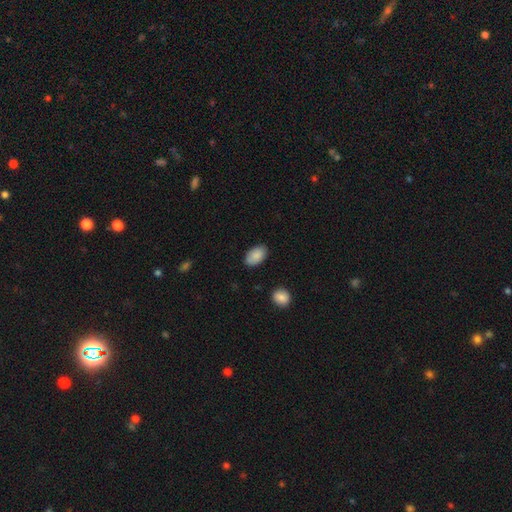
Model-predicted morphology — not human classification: smooth-or-featured: smooth: 87% | featured or disk: 7% | star or artifact: 6%
  how-rounded: in between: 92% | round: 6% | cigar-shaped: 1%
  merging: none: 84% | minor disturbance: 12% | major disturbance: 2% | merger: 2%